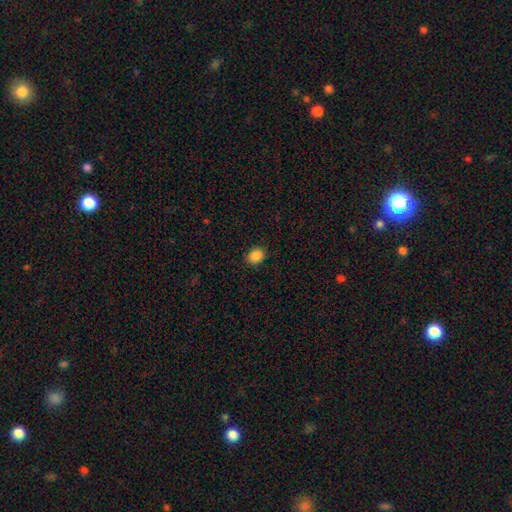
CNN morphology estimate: Smooth or featured?
  - smooth: 87% *
  - star or artifact: 10%
  - featured or disk: 3%
How rounded?
  - round: 60% *
  - in between: 39%
  - cigar-shaped: 1%
Merging?
  - none: 88% *
  - minor disturbance: 8%
  - major disturbance: 2%
  - merger: 1%